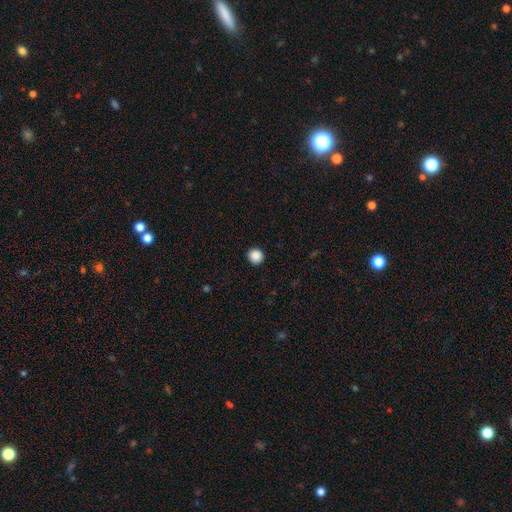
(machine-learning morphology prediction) A smooth galaxy with no disk features (88%) that is round (93%). Merging: none (93%).